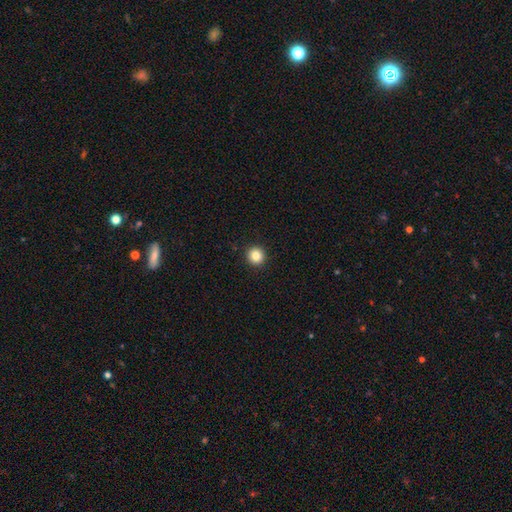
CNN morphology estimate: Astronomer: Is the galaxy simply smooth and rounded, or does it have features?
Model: smooth — 84%.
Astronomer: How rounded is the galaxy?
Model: round — 94%.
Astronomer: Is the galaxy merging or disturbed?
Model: none — 93%.